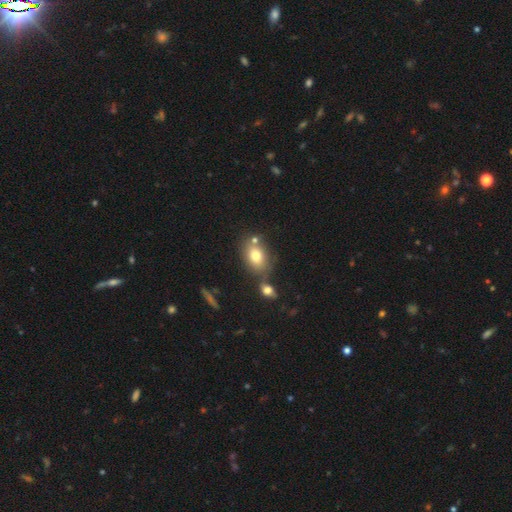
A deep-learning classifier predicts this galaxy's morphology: Overall: smooth (76%). How rounded: in between (71%). Merging: none (60%; merger 22%).